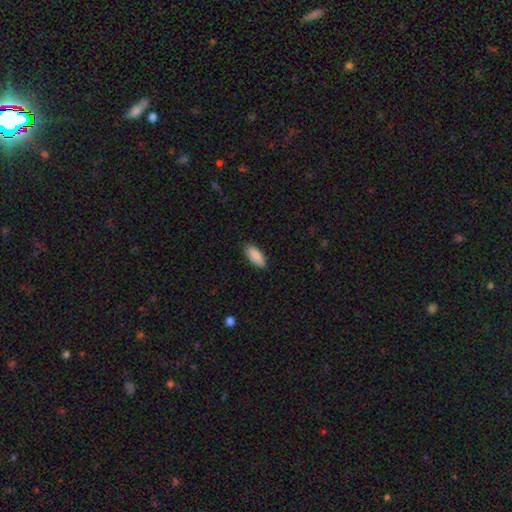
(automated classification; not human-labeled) smooth 90%, star or artifact 6%, featured or disk 4%. Down the decision tree: how rounded — in between (87%); merging — none (88%).